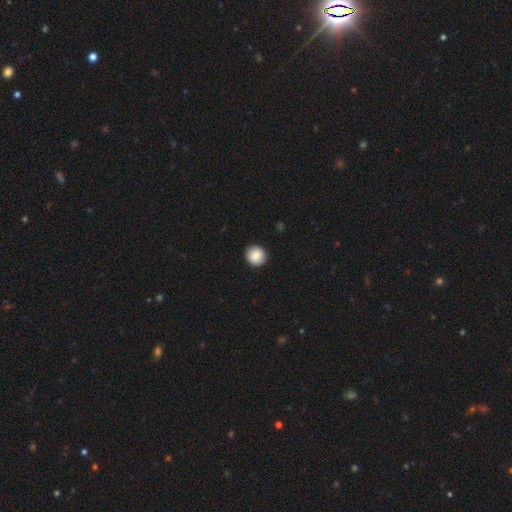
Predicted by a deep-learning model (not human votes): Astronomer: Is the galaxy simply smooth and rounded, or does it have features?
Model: smooth — 87%.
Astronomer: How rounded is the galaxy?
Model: round — 91%.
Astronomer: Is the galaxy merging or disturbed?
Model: none — 91%.